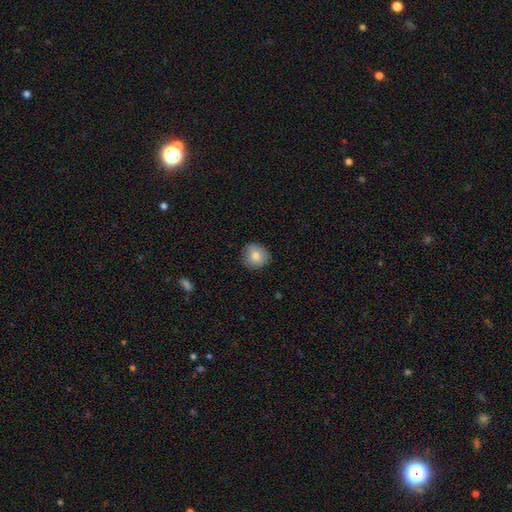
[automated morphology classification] This appears to be a smooth galaxy with no disk features (80%) that is round (90%). Merging: none (86%).